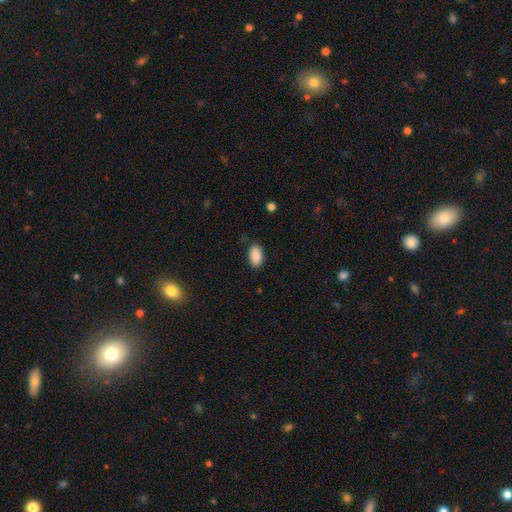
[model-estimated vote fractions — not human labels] smooth_or_featured: smooth (p=0.90) [alt: star or artifact p=0.07]
how_rounded: in between (p=0.94) [alt: round p=0.04]
merging: none (p=0.85) [alt: minor disturbance p=0.11]